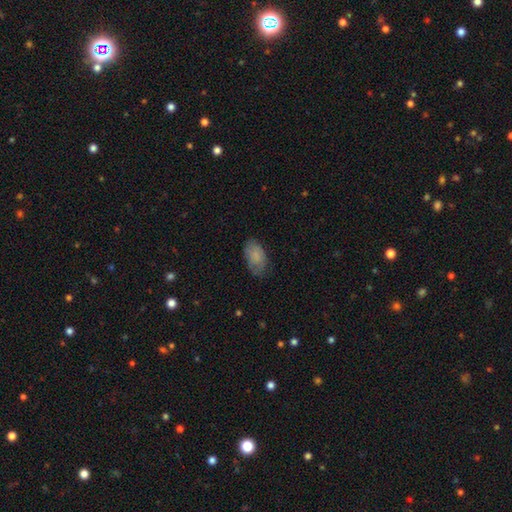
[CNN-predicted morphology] smooth_or_featured: smooth (p=0.82) [alt: featured or disk p=0.11]
how_rounded: in between (p=0.93) [alt: round p=0.05]
merging: none (p=0.69) [alt: minor disturbance p=0.24]